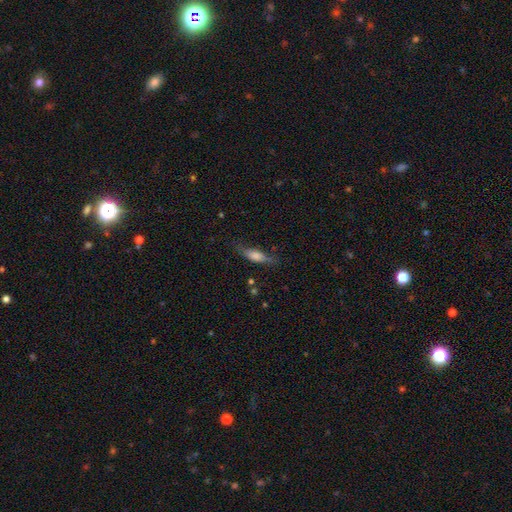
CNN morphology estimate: This appears to be a smooth galaxy with no disk features (66%) that is in between round and cigar-shaped (55%). Merging: none (61%).